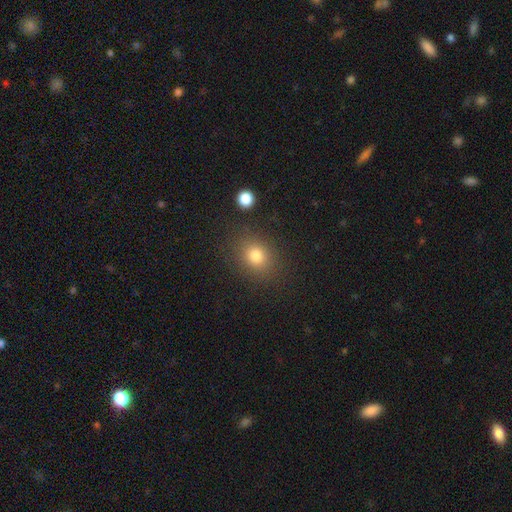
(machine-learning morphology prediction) Q: Smooth or featured?
A: smooth (79%); runner-up: star or artifact (13%)
Q: How rounded?
A: round (58%); runner-up: in between (40%)
Q: Merging?
A: none (84%); runner-up: minor disturbance (10%)